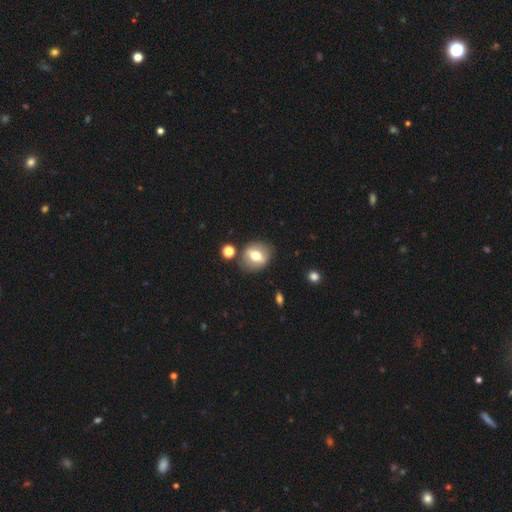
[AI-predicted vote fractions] Smooth or featured: smooth — 51% (featured or disk — 40%)
How rounded: round — 53% (in between — 45%)
Merging: none — 79% (minor disturbance — 12%)